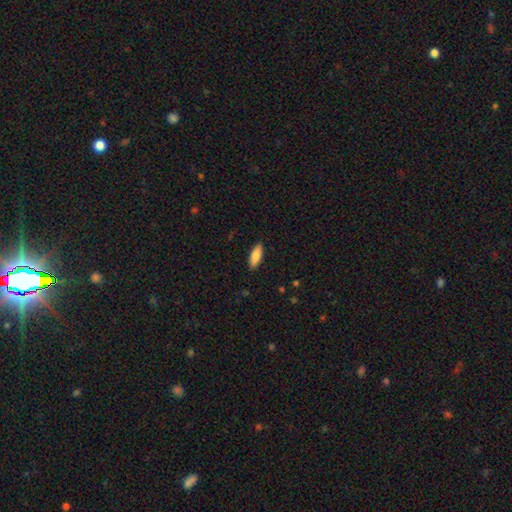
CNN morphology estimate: Smooth or featured? Predicted: smooth (p=0.84). How rounded? Predicted: in between (p=0.62). Merging? Predicted: none (p=0.89).